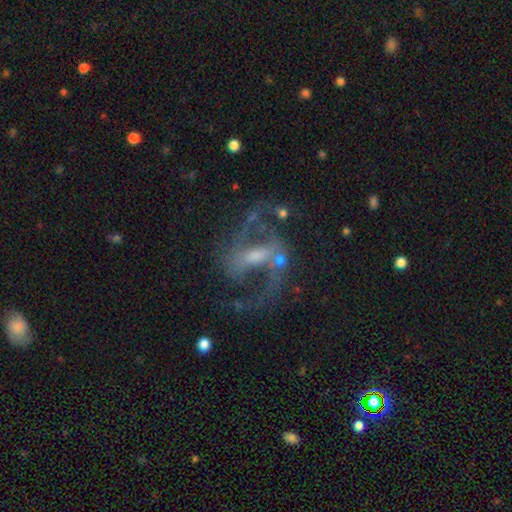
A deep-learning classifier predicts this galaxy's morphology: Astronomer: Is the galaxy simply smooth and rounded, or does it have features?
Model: featured or disk — 87%.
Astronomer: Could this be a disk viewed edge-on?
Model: no — 97%.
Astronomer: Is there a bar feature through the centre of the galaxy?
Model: strong — 45% (runner-up: weak, 41%).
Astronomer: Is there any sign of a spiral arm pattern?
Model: yes — 93%.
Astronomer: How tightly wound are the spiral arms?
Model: medium — 50% (runner-up: loose, 40%).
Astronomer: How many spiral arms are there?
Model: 2 — 91%.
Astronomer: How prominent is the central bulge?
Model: moderate — 40%, tied with small at 40%.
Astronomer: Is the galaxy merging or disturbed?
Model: none — 63%.